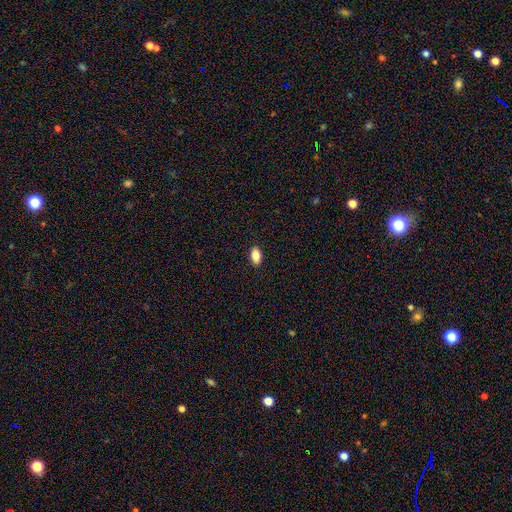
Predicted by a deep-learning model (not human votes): smooth 85%, star or artifact 8%, featured or disk 7%. Down the decision tree: how rounded — in between (90%); merging — none (90%).